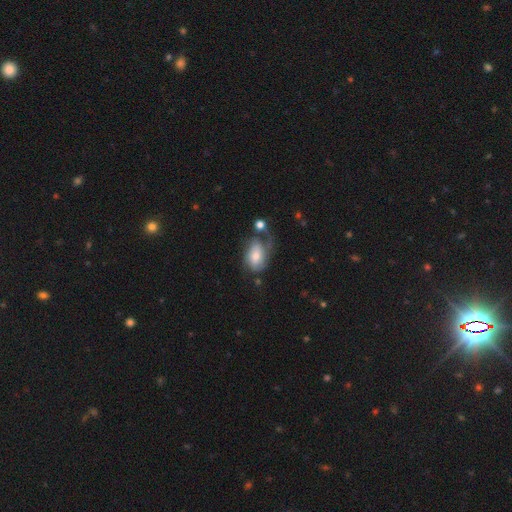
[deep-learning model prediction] Smooth or featured: featured or disk — 49% (smooth — 43%)
Merging: major disturbance — 34% (none — 29%)